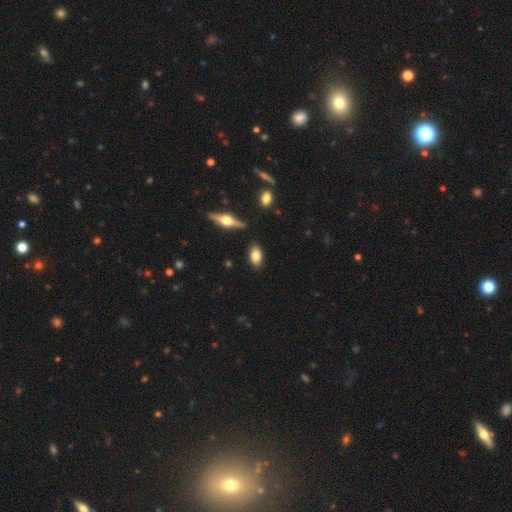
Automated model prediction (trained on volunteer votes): Smooth or featured: smooth — 75% (featured or disk — 18%)
How rounded: in between — 88% (cigar-shaped — 6%)
Merging: none — 85% (minor disturbance — 10%)